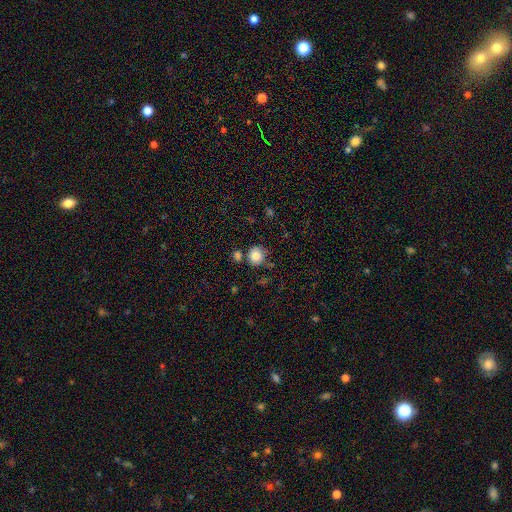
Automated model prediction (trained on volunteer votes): Smooth or featured? Predicted: smooth (p=0.86). How rounded? Predicted: round (p=0.88). Merging? Predicted: none (p=0.67).